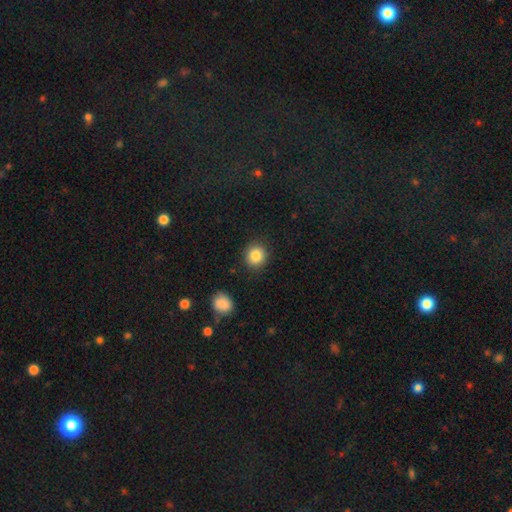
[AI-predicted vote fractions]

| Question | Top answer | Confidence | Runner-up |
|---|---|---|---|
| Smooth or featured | smooth | 86% | star or artifact (9%) |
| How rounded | round | 89% | in between (10%) |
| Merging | none | 89% | minor disturbance (7%) |